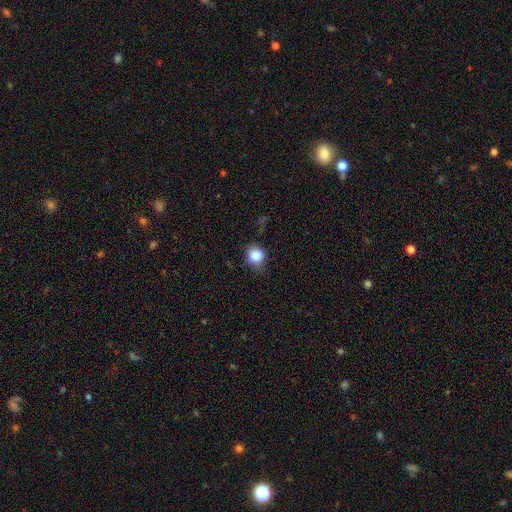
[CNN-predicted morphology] Smooth or featured? Predicted: smooth (p=0.85). How rounded? Predicted: round (p=0.81). Merging? Predicted: none (p=0.75).